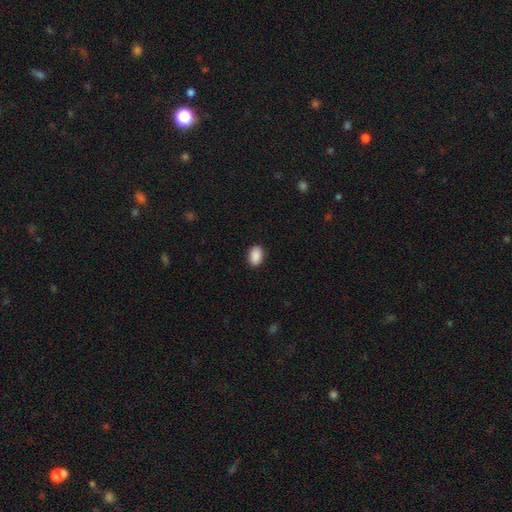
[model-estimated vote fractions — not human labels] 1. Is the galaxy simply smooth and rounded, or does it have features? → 90% smooth, 7% star or artifact, 3% featured or disk.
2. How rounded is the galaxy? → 86% in between, 13% round, 1% cigar-shaped.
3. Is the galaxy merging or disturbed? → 90% none, 7% minor disturbance, 2% major disturbance, 1% merger.